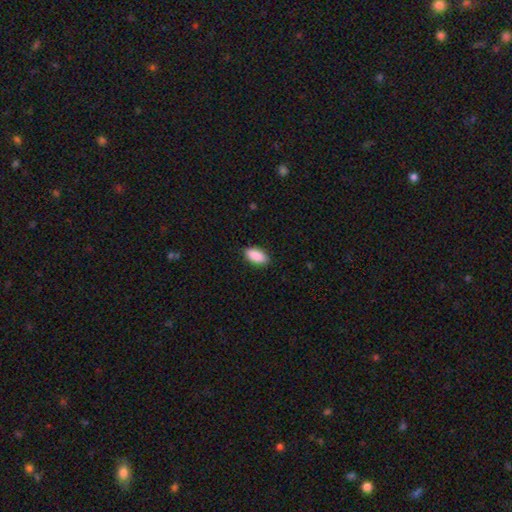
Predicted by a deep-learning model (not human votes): Smooth or featured? smooth (90%)
How rounded? in between (92%)
Merging? none (89%)